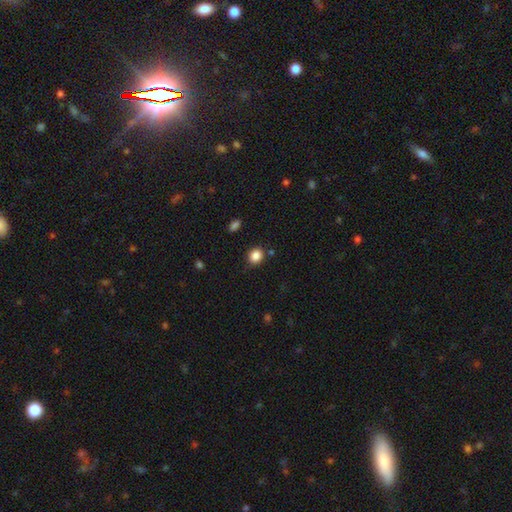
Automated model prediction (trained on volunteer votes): Smooth or featured? Predicted: smooth (p=0.85). How rounded? Predicted: round (p=0.78). Merging? Predicted: none (p=0.83).